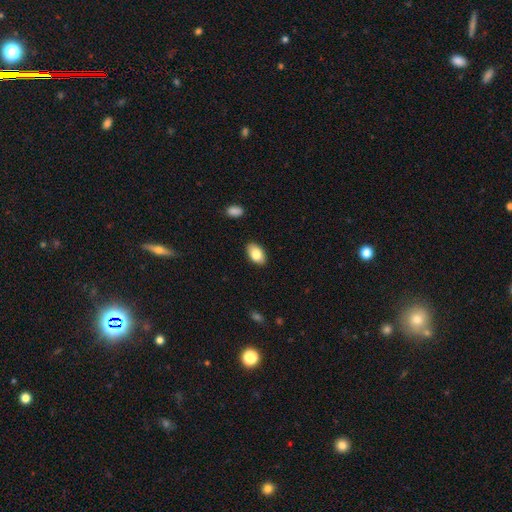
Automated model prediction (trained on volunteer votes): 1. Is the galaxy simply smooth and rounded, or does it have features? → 81% smooth, 12% featured or disk, 7% star or artifact.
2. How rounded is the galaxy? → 93% in between, 6% round, 2% cigar-shaped.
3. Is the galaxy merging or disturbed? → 87% none, 9% minor disturbance, 2% major disturbance, 1% merger.